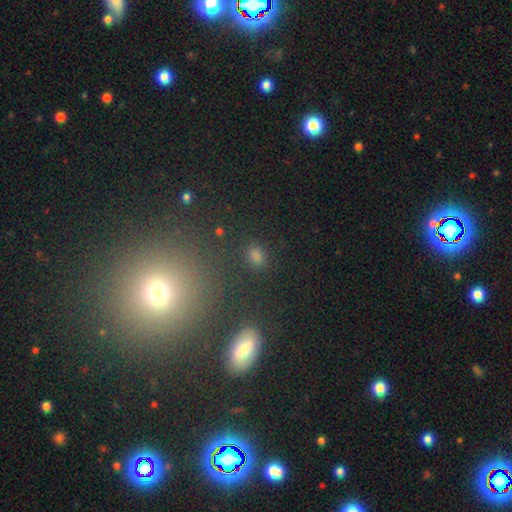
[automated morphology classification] Smooth or featured? smooth (70%)
How rounded? in between (58%)
Merging? none (83%)